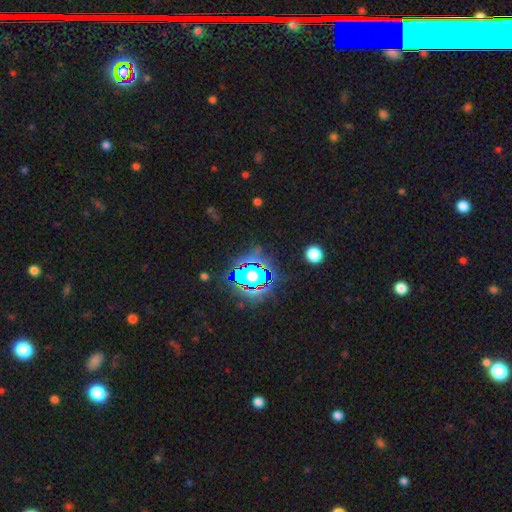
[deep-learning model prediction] star or artifact 79%, smooth 12%, featured or disk 9%.